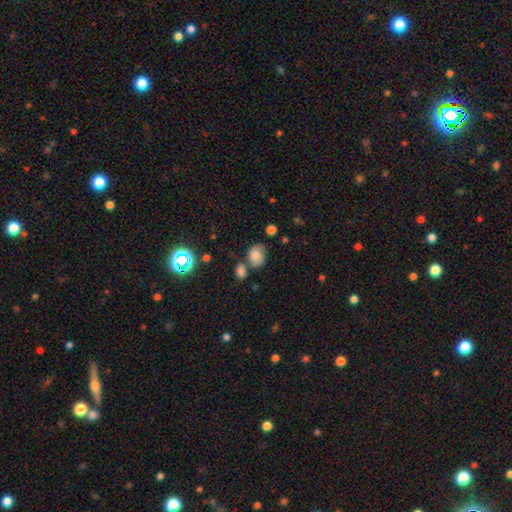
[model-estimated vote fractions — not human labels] Smooth or featured? smooth (71%)
How rounded? in between (57%)
Merging? none (55%)